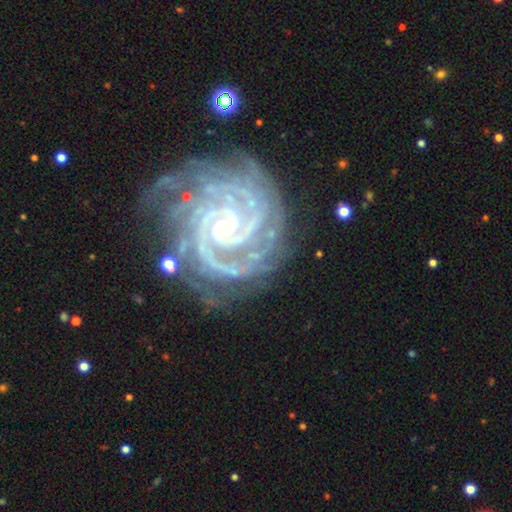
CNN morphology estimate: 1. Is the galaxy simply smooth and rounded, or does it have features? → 94% featured or disk, 4% star or artifact, 2% smooth.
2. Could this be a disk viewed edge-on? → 98% no, 2% yes.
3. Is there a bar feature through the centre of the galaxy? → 50% no, 32% weak, 18% strong.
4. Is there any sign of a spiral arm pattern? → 99% yes, 1% no.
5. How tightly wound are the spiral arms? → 78% tight, 19% medium, 2% loose.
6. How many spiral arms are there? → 26% 3 (tied), 26% 2 (tied), 18% 4, 12% can't tell, 11% more than 4, 8% 1.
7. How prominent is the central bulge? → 74% small, 23% moderate, 2% none, 1% large, 1% dominant.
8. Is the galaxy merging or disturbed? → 68% none, 20% minor disturbance, 9% major disturbance, 4% merger.